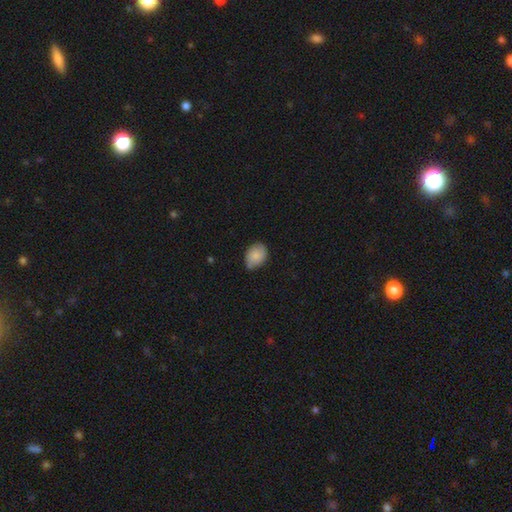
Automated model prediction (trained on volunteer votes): Smooth or featured? smooth (80%)
How rounded? in between (68%)
Merging? none (63%)